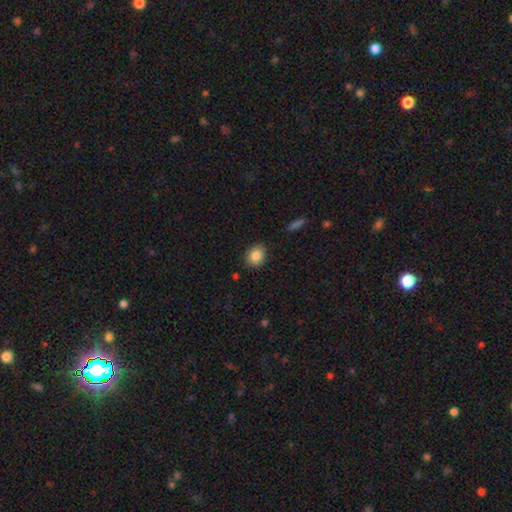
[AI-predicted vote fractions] The model was most divided on "how rounded": round: 57%, in between: 42%, cigar-shaped: 1%. More confident: merging — none (87%); smooth or featured — smooth (84%).